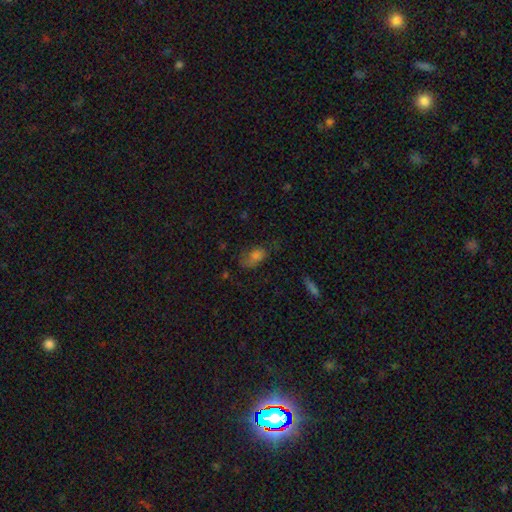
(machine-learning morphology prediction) type=smooth (69%); roundness=in between (84%); merging=none (41%).